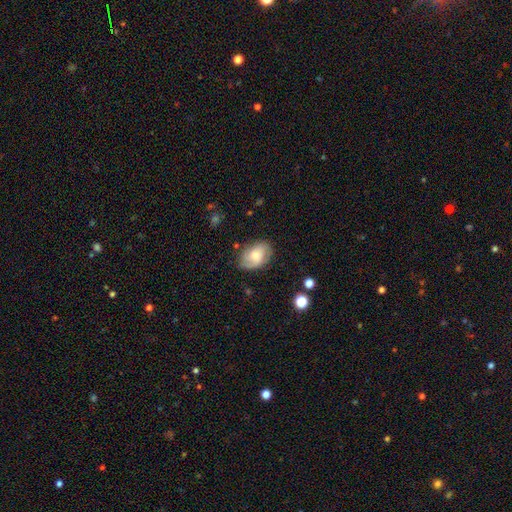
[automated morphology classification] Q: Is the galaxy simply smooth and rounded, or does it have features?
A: featured or disk — 52%.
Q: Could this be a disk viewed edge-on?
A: no — 95%.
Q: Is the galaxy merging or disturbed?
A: none — 73%.